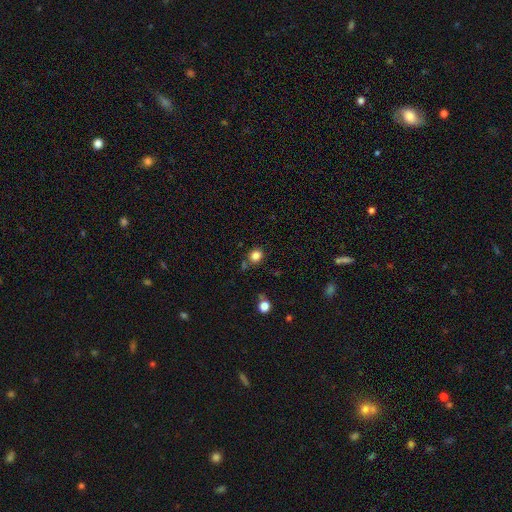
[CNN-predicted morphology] Q: Smooth or featured?
A: smooth (84%); runner-up: star or artifact (12%)
Q: How rounded?
A: round (72%); runner-up: in between (27%)
Q: Merging?
A: none (77%); runner-up: minor disturbance (13%)